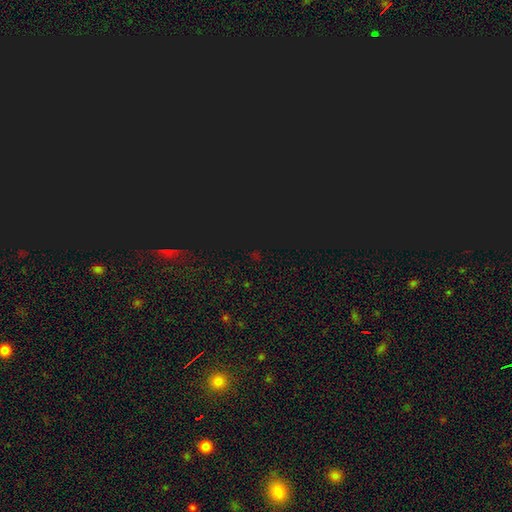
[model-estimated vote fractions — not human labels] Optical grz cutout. It shows a star or artifact, not a galaxy (76%).